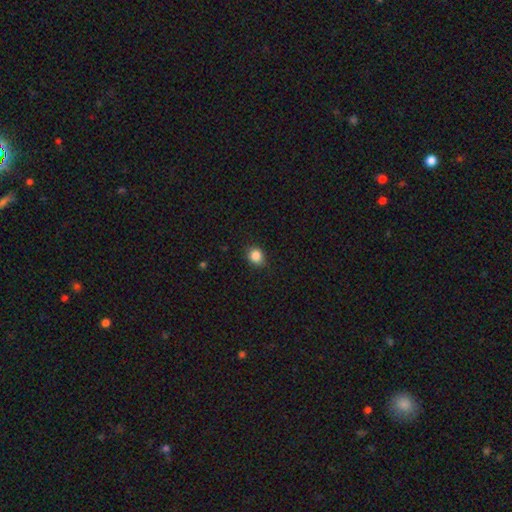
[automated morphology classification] A smooth galaxy with no disk features (86%) that is round (70%). Merging: none (85%).